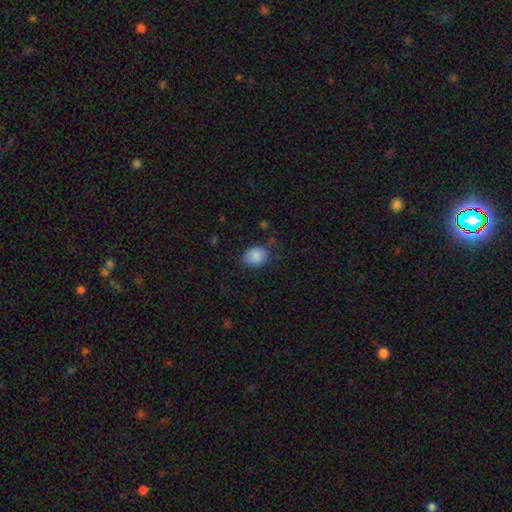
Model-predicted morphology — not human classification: Smooth or featured? smooth (87%)
How rounded? in between (51%)
Merging? none (72%)